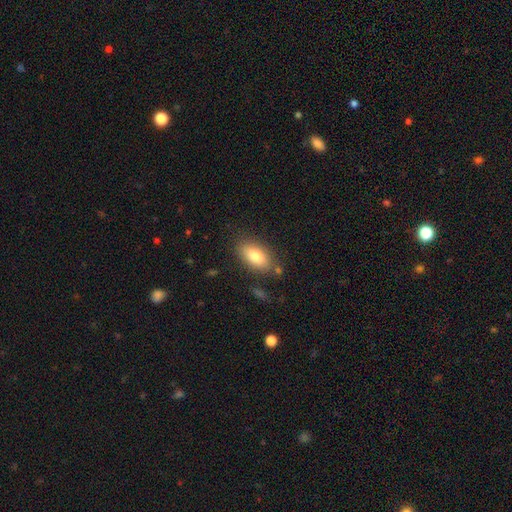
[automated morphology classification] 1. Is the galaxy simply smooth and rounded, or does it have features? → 79% smooth, 13% featured or disk, 8% star or artifact.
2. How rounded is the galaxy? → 90% in between, 6% round, 4% cigar-shaped.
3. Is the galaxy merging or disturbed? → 79% none, 13% minor disturbance, 4% merger, 4% major disturbance.